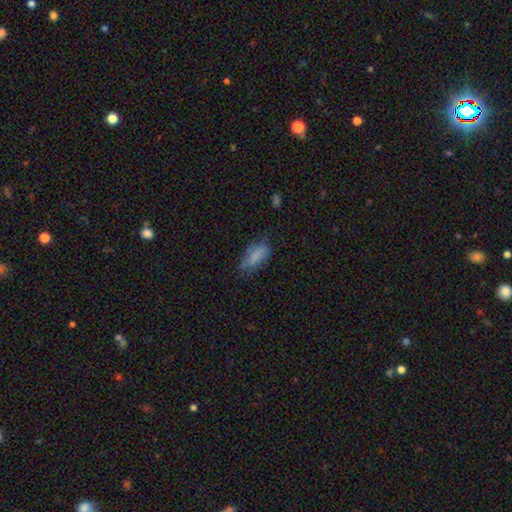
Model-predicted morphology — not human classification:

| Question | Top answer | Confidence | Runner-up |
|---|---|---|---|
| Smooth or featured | smooth | 73% | featured or disk (19%) |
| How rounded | in between | 72% | cigar-shaped (25%) |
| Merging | none | 57% | minor disturbance (30%) |